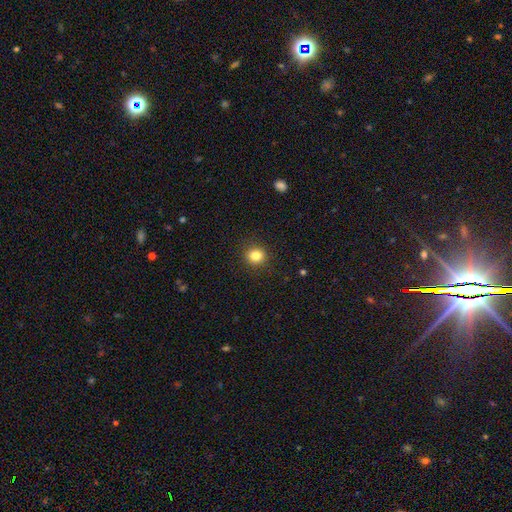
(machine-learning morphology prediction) Smooth or featured: smooth — 83% (star or artifact — 12%)
How rounded: round — 89% (in between — 10%)
Merging: none — 91% (minor disturbance — 6%)